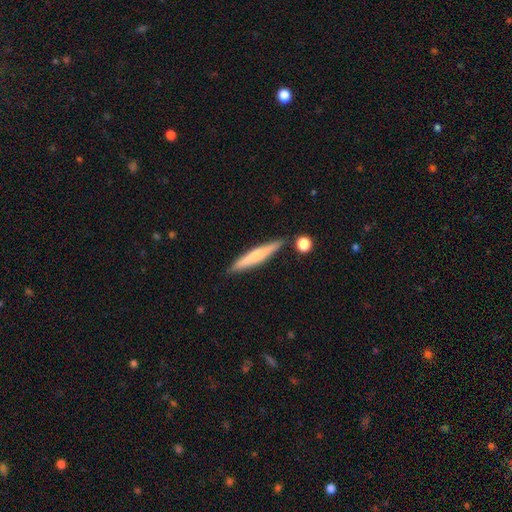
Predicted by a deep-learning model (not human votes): Smooth or featured?
  - smooth: 51% *
  - featured or disk: 43%
  - star or artifact: 6%
How rounded?
  - cigar-shaped: 91% *
  - in between: 7%
  - round: 2%
Merging?
  - none: 84% *
  - minor disturbance: 10%
  - merger: 4%
  - major disturbance: 2%